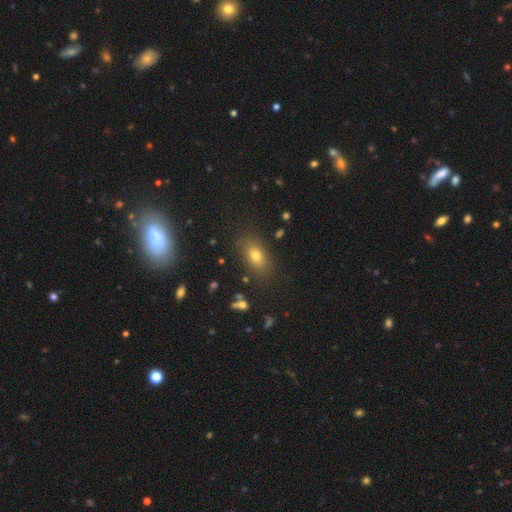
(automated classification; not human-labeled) Smooth or featured: smooth — 71% (star or artifact — 16%)
How rounded: in between — 80% (round — 15%)
Merging: none — 83% (minor disturbance — 11%)